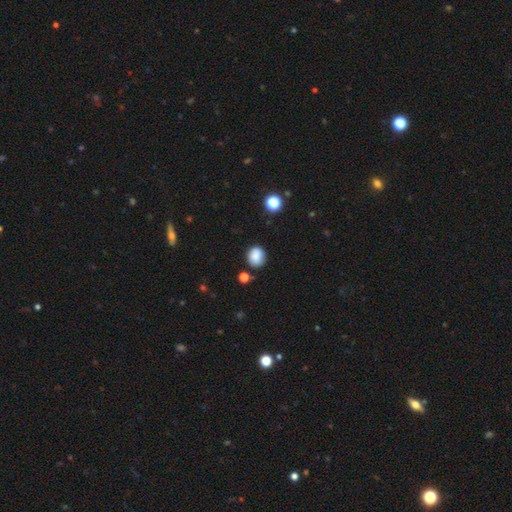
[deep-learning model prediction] The model was most divided on "how rounded": round: 71%, in between: 28%, cigar-shaped: 1%. More confident: smooth or featured — smooth (85%); merging — none (80%).